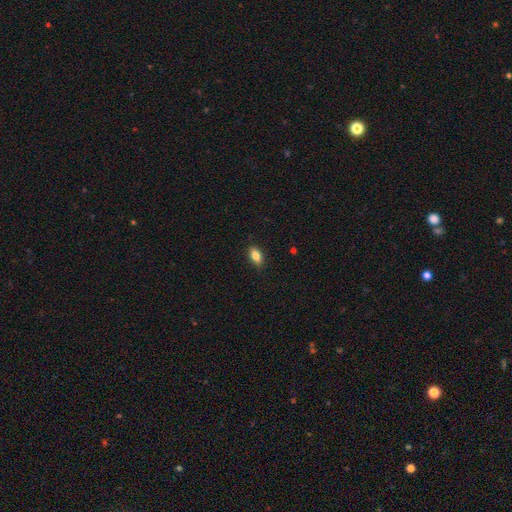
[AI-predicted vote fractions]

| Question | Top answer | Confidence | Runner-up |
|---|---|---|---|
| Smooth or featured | smooth | 81% | featured or disk (11%) |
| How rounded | in between | 86% | cigar-shaped (8%) |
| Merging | none | 86% | minor disturbance (11%) |